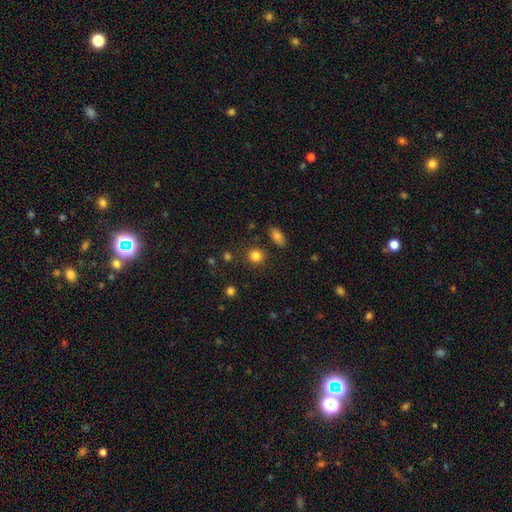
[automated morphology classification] smooth_or_featured: smooth (p=0.83) [alt: star or artifact p=0.12]
how_rounded: round (p=0.88) [alt: in between p=0.11]
merging: none (p=0.84) [alt: minor disturbance p=0.09]